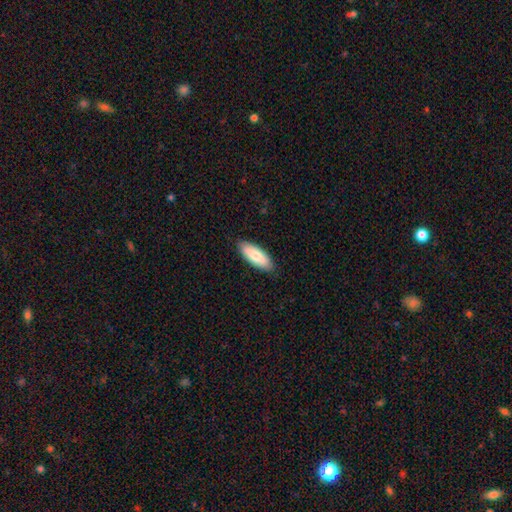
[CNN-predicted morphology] type=smooth (81%); roundness=in between (74%); merging=none (88%).